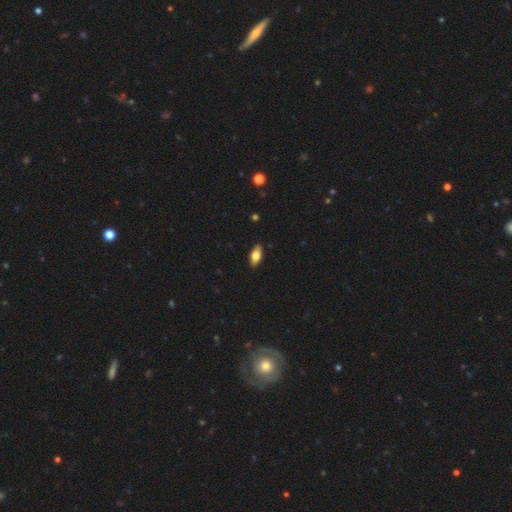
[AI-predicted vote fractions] Smooth or featured? smooth (73%)
How rounded? in between (86%)
Merging? none (89%)